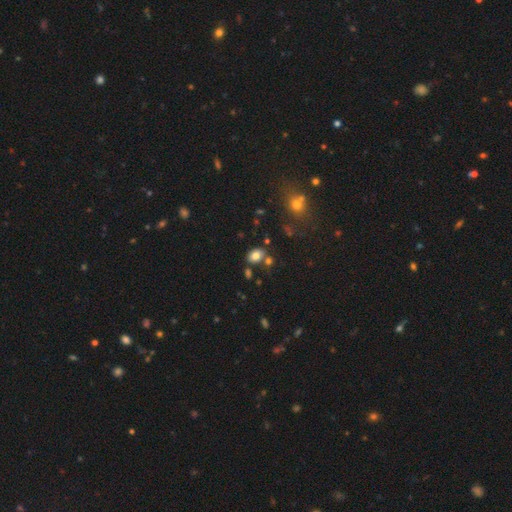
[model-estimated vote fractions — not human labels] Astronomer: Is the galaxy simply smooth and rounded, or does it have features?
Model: smooth — 80%.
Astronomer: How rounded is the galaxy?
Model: in between — 76%.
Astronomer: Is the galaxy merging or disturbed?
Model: none — 71%.